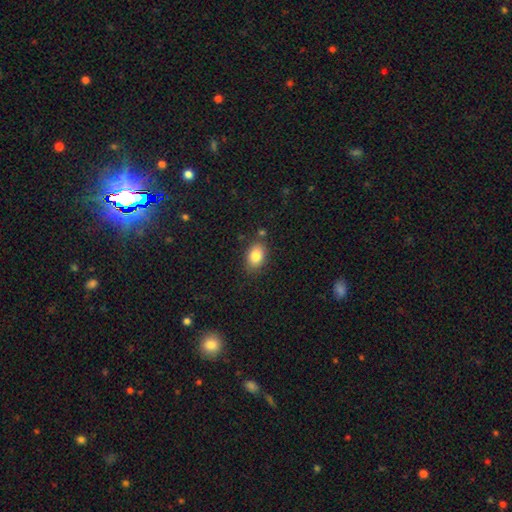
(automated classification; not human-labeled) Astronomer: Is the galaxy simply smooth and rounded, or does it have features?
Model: smooth — 84%.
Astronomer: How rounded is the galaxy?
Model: in between — 79%.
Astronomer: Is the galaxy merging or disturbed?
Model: none — 81%.